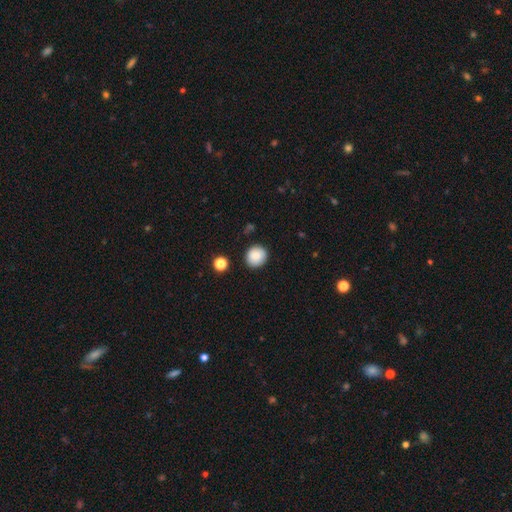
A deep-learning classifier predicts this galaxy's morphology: Smooth or featured? Predicted: smooth (p=0.87). How rounded? Predicted: round (p=0.86). Merging? Predicted: none (p=0.87).